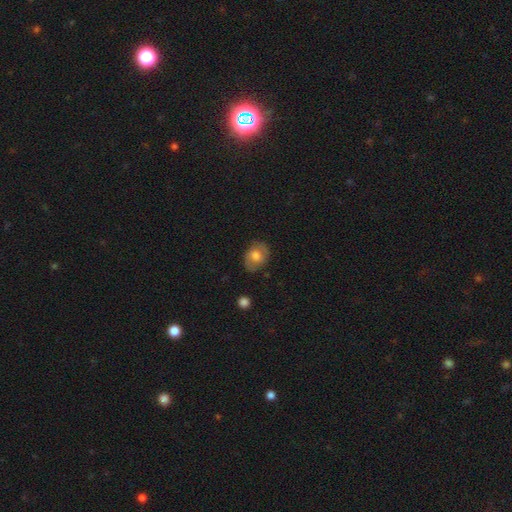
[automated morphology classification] Q: Smooth or featured?
A: smooth (61%); runner-up: featured or disk (31%)
Q: How rounded?
A: in between (67%); runner-up: round (32%)
Q: Merging?
A: none (76%); runner-up: minor disturbance (17%)